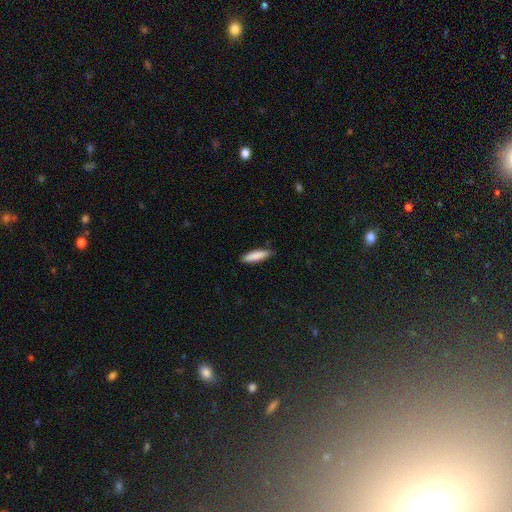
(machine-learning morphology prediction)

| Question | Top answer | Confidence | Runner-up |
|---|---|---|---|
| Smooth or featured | smooth | 86% | featured or disk (8%) |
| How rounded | cigar-shaped | 71% | in between (28%) |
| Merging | none | 86% | minor disturbance (11%) |